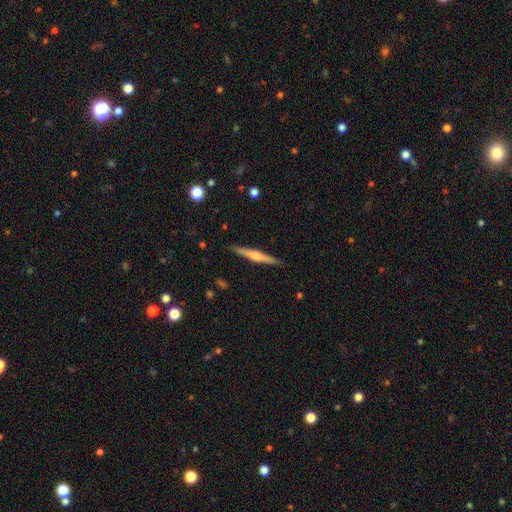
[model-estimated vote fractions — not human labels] This is likely a featured or disk galaxy (61%). It is clearly viewed edge-on (98%). Edge-on bulge: likely rounded (73%). Merging: clearly none (90%).